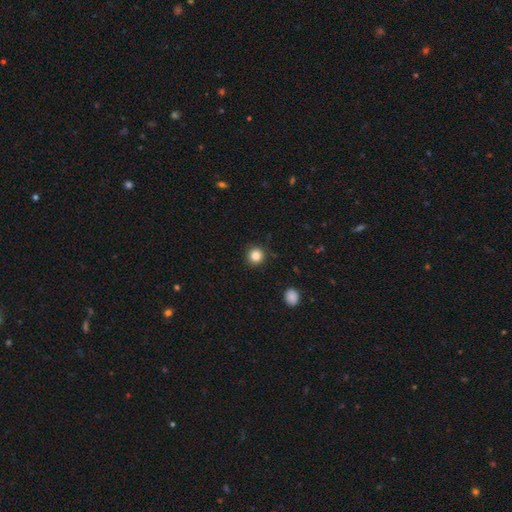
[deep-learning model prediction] Smooth or featured? Predicted: smooth (p=0.84). How rounded? Predicted: round (p=0.94). Merging? Predicted: none (p=0.91).